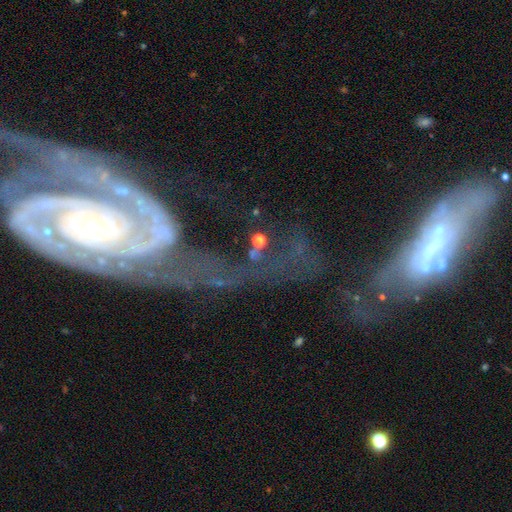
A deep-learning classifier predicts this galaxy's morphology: A featured or disk galaxy (68%) with no bar (56%), spiral arms (74%) and a small central bulge (43%).

Vote fractions:
- Smooth or featured? featured or disk: 68% / star or artifact: 18% / smooth: 14%
- Edge-on disk? no: 87% / yes: 13%
- Bar? no: 56% / weak: 27% / strong: 18%
- Spiral arms? yes: 74% / no: 26%
- Bulge size? small: 43% / moderate: 29% / none: 17% / large: 7% / dominant: 4%
- Merging? major disturbance: 37% / none: 31% / merger: 17% / minor disturbance: 15%